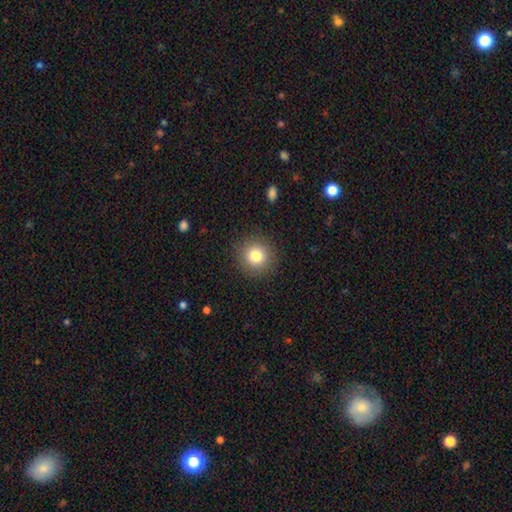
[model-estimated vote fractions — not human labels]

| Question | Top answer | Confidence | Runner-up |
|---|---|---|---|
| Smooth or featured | smooth | 81% | star or artifact (11%) |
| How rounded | round | 93% | in between (6%) |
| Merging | none | 90% | minor disturbance (7%) |